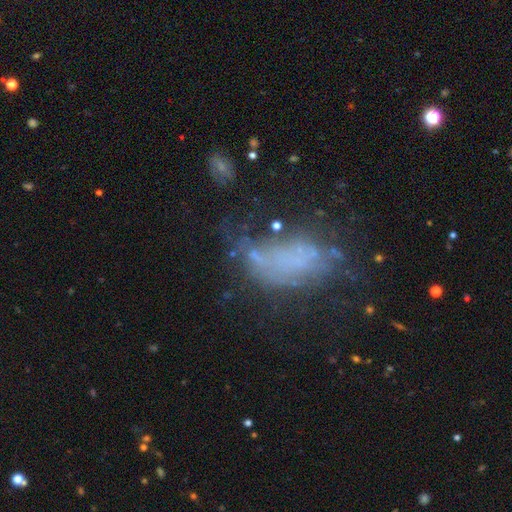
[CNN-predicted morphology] smooth-or-featured: featured or disk: 44% | smooth: 35% | star or artifact: 20%
  merging: major disturbance: 36% | none: 33% | minor disturbance: 21% | merger: 10%